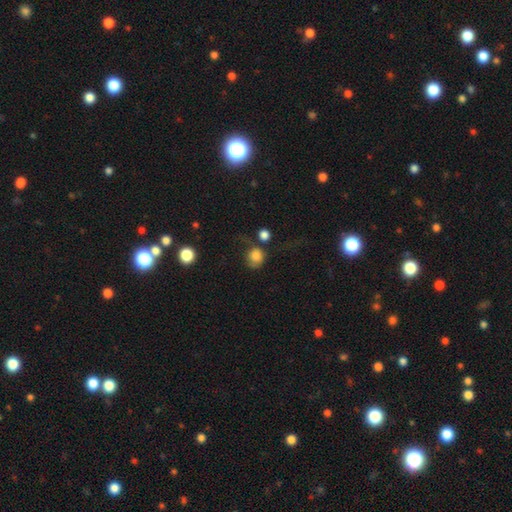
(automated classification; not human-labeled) A smooth galaxy with no disk features (81%) that is round (80%).

Vote fractions:
- Smooth or featured? smooth: 81% / star or artifact: 10% / featured or disk: 9%
- How rounded? round: 80% / in between: 19% / cigar-shaped: 1%
- Merging? none: 42% / minor disturbance: 23% / major disturbance: 21% / merger: 14%